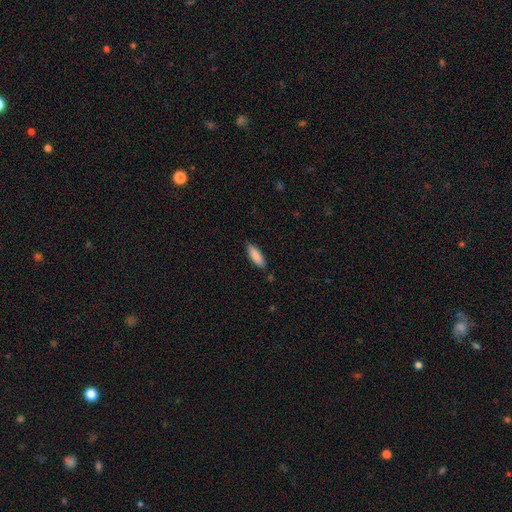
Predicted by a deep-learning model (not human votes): A smooth galaxy with no disk features (87%) that is in between round and cigar-shaped (57%).

Vote fractions:
- Smooth or featured? smooth: 87% / featured or disk: 7% / star or artifact: 6%
- How rounded? in between: 57% / cigar-shaped: 41% / round: 1%
- Merging? none: 84% / minor disturbance: 12% / major disturbance: 2% / merger: 2%